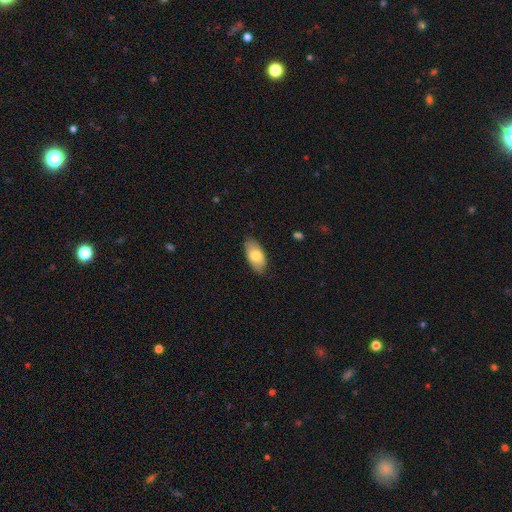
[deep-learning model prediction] A smooth galaxy with no disk features (77%) that is in between round and cigar-shaped (92%).

Vote fractions:
- Smooth or featured? smooth: 77% / featured or disk: 17% / star or artifact: 6%
- How rounded? in between: 92% / cigar-shaped: 5% / round: 3%
- Merging? none: 81% / minor disturbance: 16% / major disturbance: 3% / merger: 1%